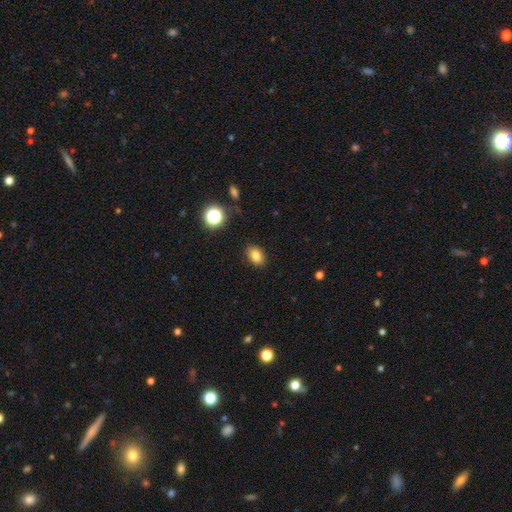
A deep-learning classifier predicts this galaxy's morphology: Q: Smooth or featured?
A: smooth (82%); runner-up: star or artifact (11%)
Q: How rounded?
A: in between (82%); runner-up: round (16%)
Q: Merging?
A: none (87%); runner-up: minor disturbance (9%)